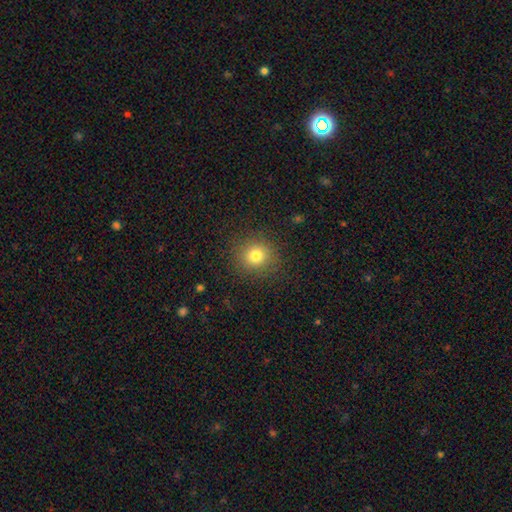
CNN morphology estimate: Smooth or featured: smooth — 79% (star or artifact — 14%)
How rounded: round — 88% (in between — 11%)
Merging: none — 88% (minor disturbance — 7%)